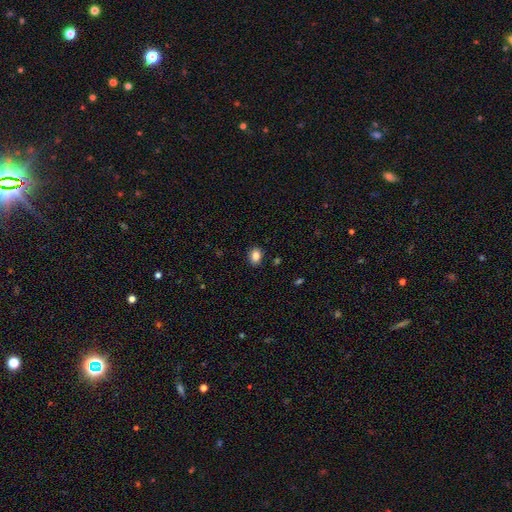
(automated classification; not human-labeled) smooth-or-featured: smooth: 85% | star or artifact: 10% | featured or disk: 5%
  how-rounded: in between: 60% | round: 39% | cigar-shaped: 1%
  merging: none: 88% | minor disturbance: 8% | major disturbance: 2% | merger: 1%